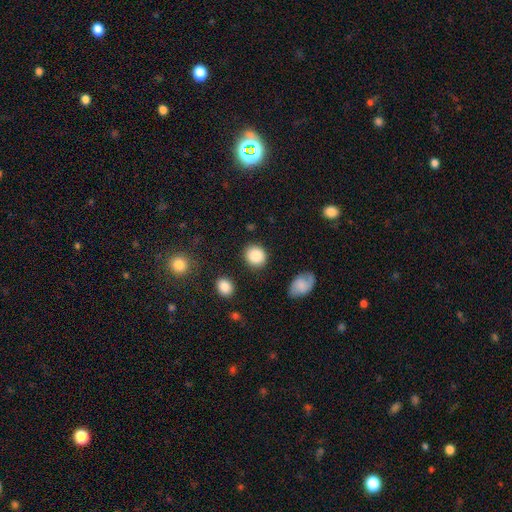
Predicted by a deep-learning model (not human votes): smooth 87%, star or artifact 8%, featured or disk 5%. Down the decision tree: how rounded — round (80%); merging — none (86%).